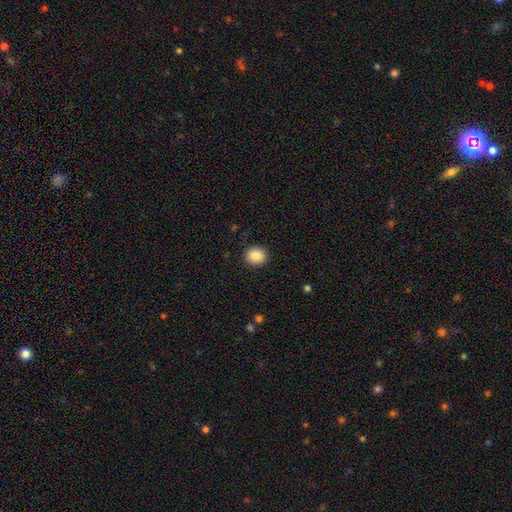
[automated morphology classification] A smooth galaxy with no disk features (88%) that is round (66%).

Vote fractions:
- Smooth or featured? smooth: 88% / star or artifact: 8% / featured or disk: 4%
- How rounded? round: 66% / in between: 33% / cigar-shaped: 1%
- Merging? none: 88% / minor disturbance: 8% / major disturbance: 3% / merger: 1%